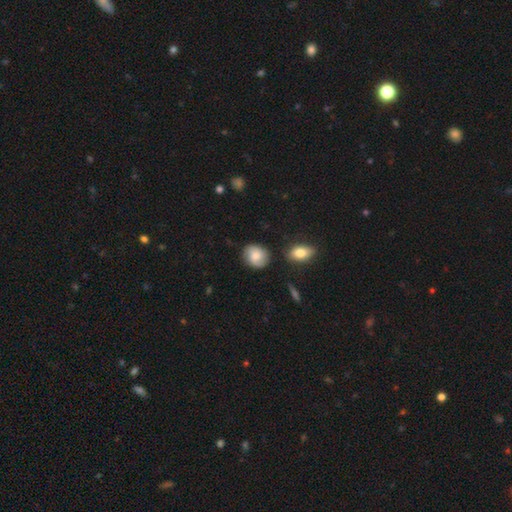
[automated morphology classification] smooth_or_featured: smooth (p=0.62) [alt: featured or disk p=0.30]
how_rounded: round (p=0.64) [alt: in between p=0.35]
merging: none (p=0.77) [alt: minor disturbance p=0.15]